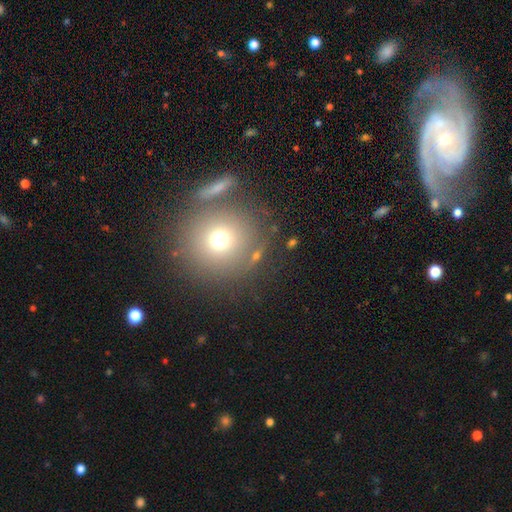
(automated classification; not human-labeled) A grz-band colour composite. It shows a smooth galaxy with no disk features (66%) that is round (91%). Merging: none (76%).